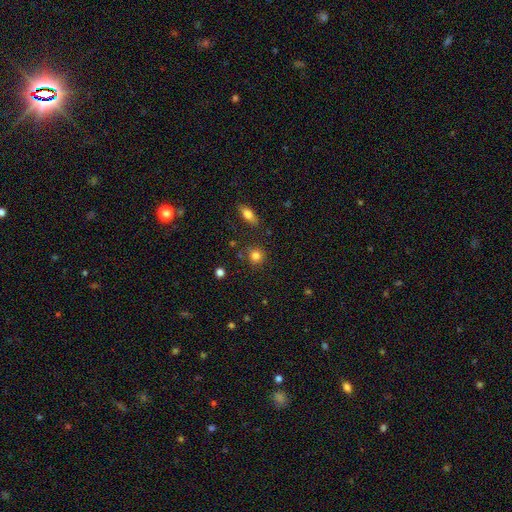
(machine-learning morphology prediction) smooth_or_featured: smooth (p=0.83) [alt: star or artifact p=0.11]
how_rounded: round (p=0.87) [alt: in between p=0.12]
merging: none (p=0.82) [alt: minor disturbance p=0.11]